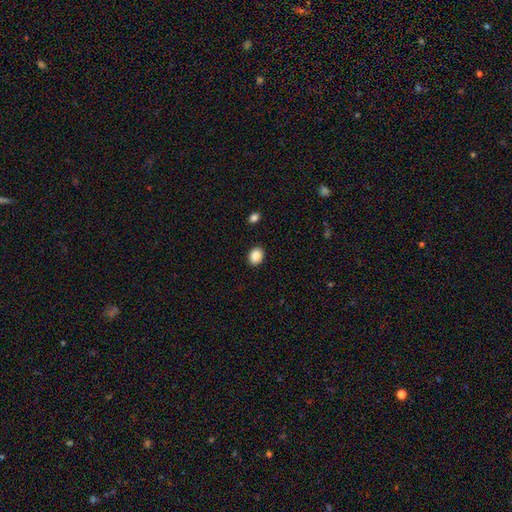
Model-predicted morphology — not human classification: This appears to be a smooth galaxy with no disk features (89%) that is round (52%). Merging: none (90%).